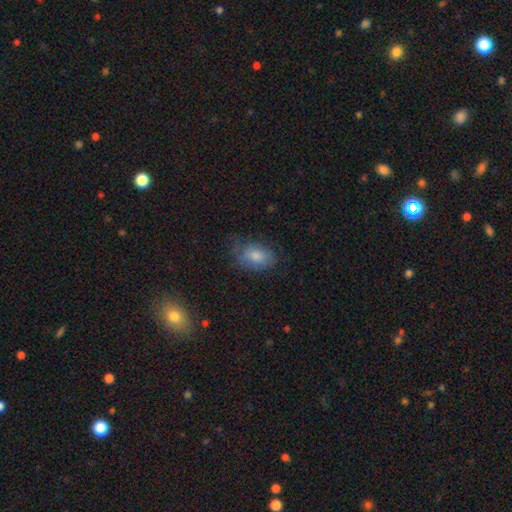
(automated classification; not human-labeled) A smooth galaxy with no disk features (68%) that is in between round and cigar-shaped (83%).

Vote fractions:
- Smooth or featured? smooth: 68% / featured or disk: 21% / star or artifact: 11%
- How rounded? in between: 83% / round: 15% / cigar-shaped: 2%
- Merging? none: 60% / minor disturbance: 28% / major disturbance: 11% / merger: 2%